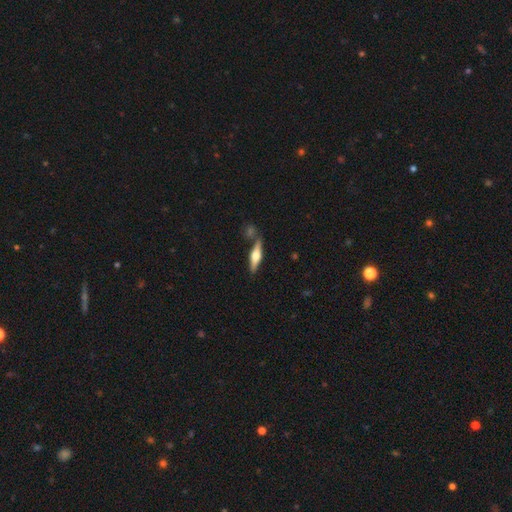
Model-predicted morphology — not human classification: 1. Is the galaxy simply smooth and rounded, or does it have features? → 62% featured or disk, 32% smooth, 6% star or artifact.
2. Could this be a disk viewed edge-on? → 96% yes, 4% no.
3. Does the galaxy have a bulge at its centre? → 92% rounded, 6% boxy, 2% none.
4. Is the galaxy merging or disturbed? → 77% none, 11% minor disturbance, 10% merger, 3% major disturbance.